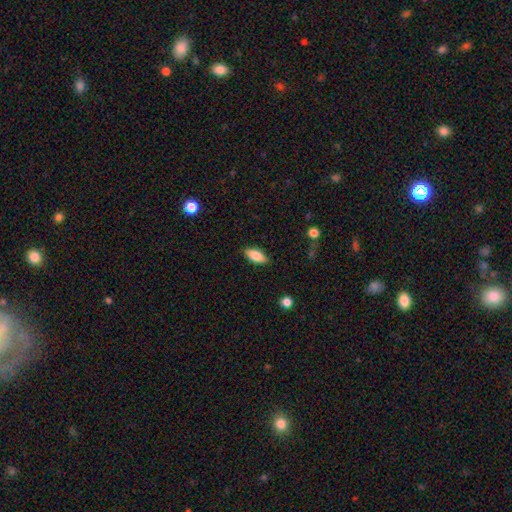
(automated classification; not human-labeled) smooth 81%, featured or disk 13%, star or artifact 7%. Down the decision tree: how rounded — in between (85%); merging — none (86%).